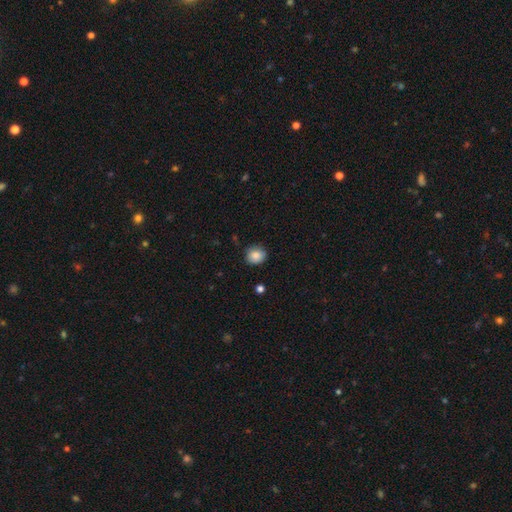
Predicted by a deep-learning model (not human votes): Overall: smooth (86%). How rounded: round (83%). Merging: none (83%).